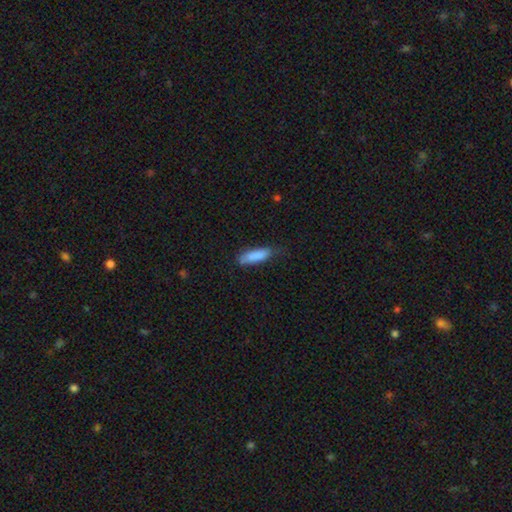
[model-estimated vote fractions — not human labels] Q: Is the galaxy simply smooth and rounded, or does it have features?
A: smooth — 86%.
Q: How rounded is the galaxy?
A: cigar-shaped — 51%.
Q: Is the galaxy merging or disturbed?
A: none — 62%.